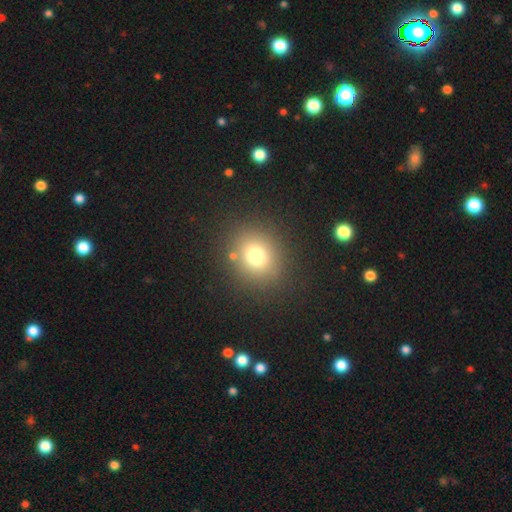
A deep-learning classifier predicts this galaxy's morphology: smooth-or-featured: smooth: 72% | star or artifact: 18% | featured or disk: 10%
  how-rounded: round: 80% | in between: 19% | cigar-shaped: 1%
  merging: none: 84% | minor disturbance: 8% | major disturbance: 4% | merger: 4%